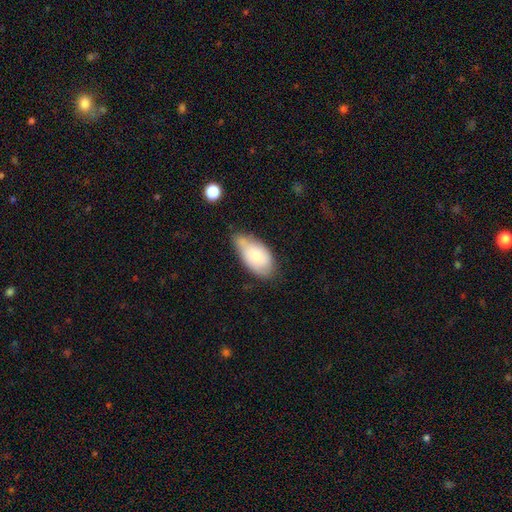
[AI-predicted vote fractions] Q: Smooth or featured?
A: smooth (71%); runner-up: featured or disk (23%)
Q: How rounded?
A: in between (93%); runner-up: cigar-shaped (4%)
Q: Merging?
A: none (48%); runner-up: minor disturbance (37%)